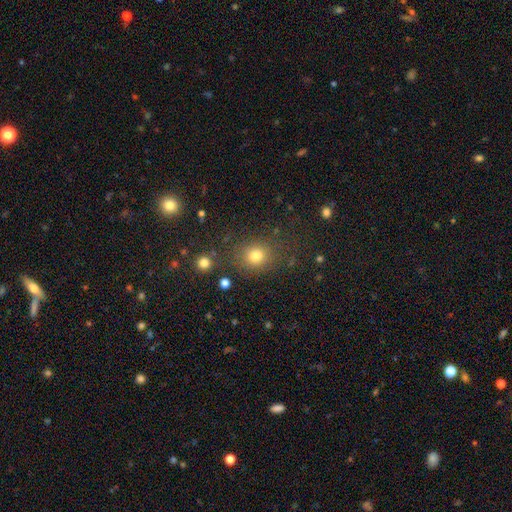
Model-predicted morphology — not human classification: Smooth or featured?
  - smooth: 77% *
  - star or artifact: 16%
  - featured or disk: 7%
How rounded?
  - round: 68% *
  - in between: 31%
  - cigar-shaped: 1%
Merging?
  - none: 78% *
  - minor disturbance: 12%
  - major disturbance: 6%
  - merger: 4%